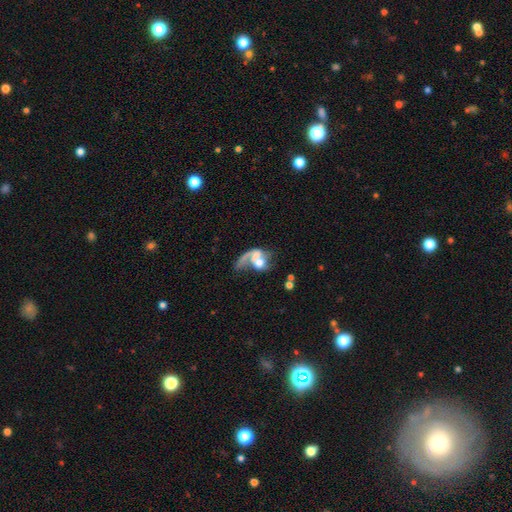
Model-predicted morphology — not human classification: A featured or disk galaxy (61%) with no bar (67%), spiral arms (70%) and a moderate central bulge (45%). Merging: merger (53%).